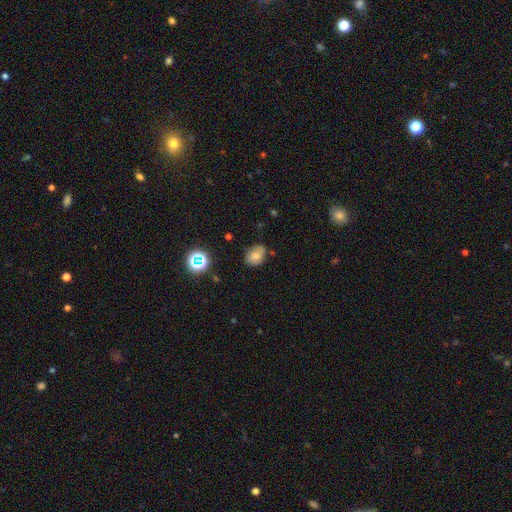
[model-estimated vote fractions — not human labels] Q: Smooth or featured?
A: smooth (72%); runner-up: star or artifact (14%)
Q: How rounded?
A: in between (54%); runner-up: round (45%)
Q: Merging?
A: none (71%); runner-up: minor disturbance (23%)